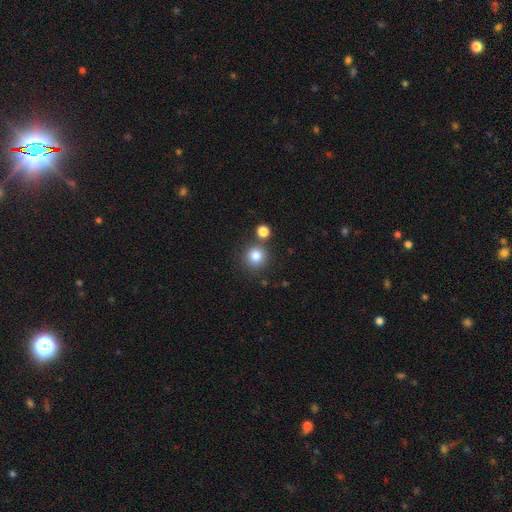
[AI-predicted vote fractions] smooth-or-featured: smooth: 82% | star or artifact: 12% | featured or disk: 6%
  how-rounded: round: 92% | in between: 7% | cigar-shaped: 1%
  merging: none: 75% | merger: 13% | minor disturbance: 9% | major disturbance: 3%